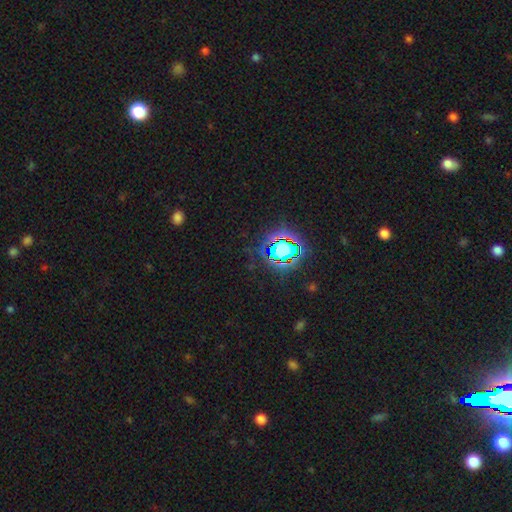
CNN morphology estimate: A star or artifact, not a galaxy (82%).